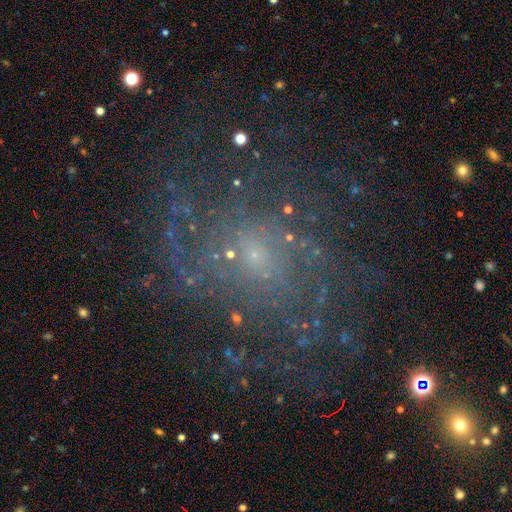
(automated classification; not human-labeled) This appears to be a featured or disk galaxy (69%) with no bar (62%), medium (40%) spiral arms (80%) and a small central bulge (68%). Merging: none (66%).